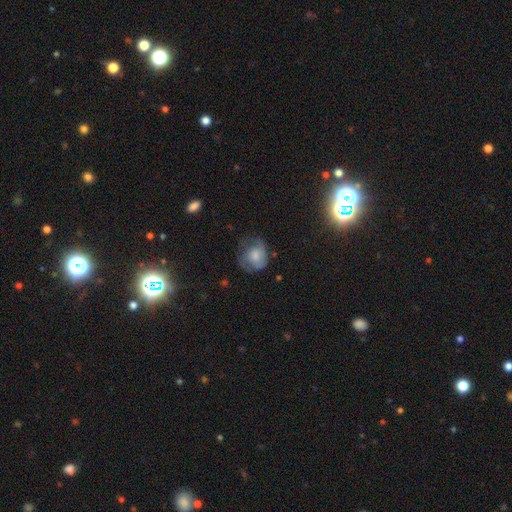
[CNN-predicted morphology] Smooth or featured: smooth — 59% (featured or disk — 32%)
How rounded: round — 66% (in between — 33%)
Merging: none — 45% (minor disturbance — 30%)